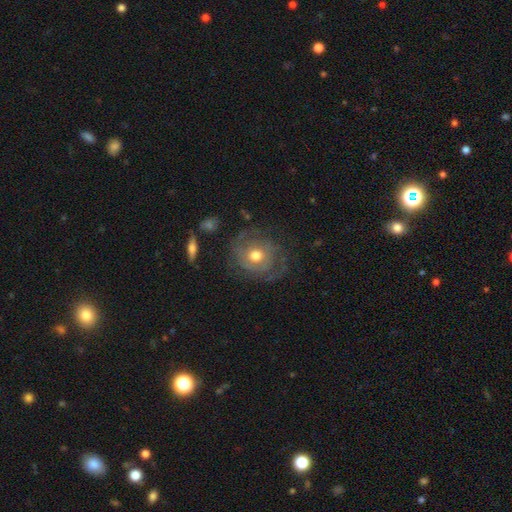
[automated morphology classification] This is likely a featured or disk galaxy (66%). It is clearly not viewed edge-on (96%). Bar: clearly no (81%). Spiral arm pattern: likely yes (74%). Central bulge: likely moderate (73%). Merging: likely none (63%).